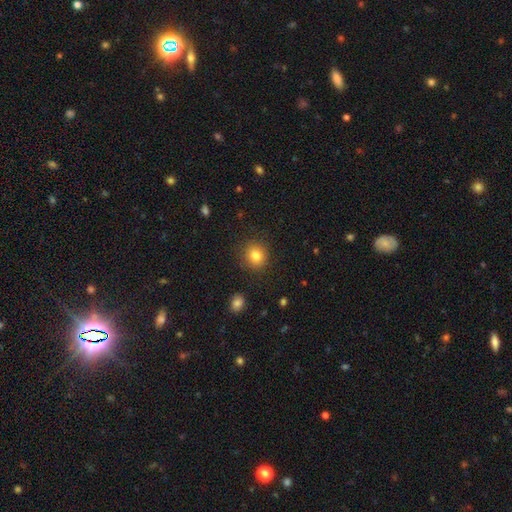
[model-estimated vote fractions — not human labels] Smooth or featured? smooth (82%)
How rounded? round (84%)
Merging? none (88%)